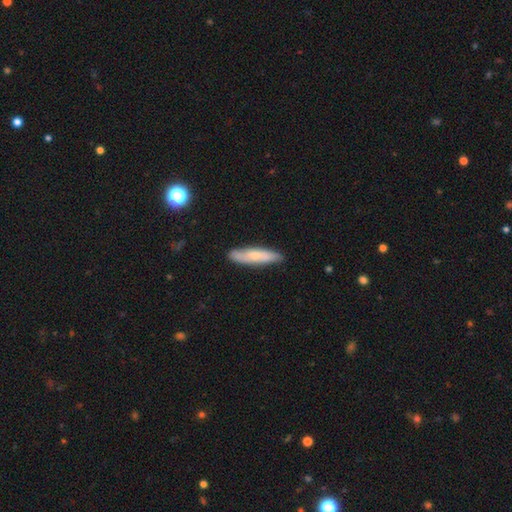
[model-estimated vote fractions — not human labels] Smooth or featured? smooth (60%)
How rounded? cigar-shaped (78%)
Merging? none (82%)